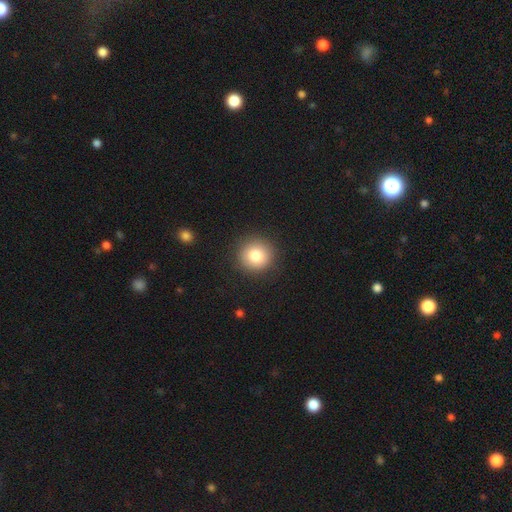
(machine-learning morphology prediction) smooth-or-featured: smooth: 81% | star or artifact: 10% | featured or disk: 9%
  how-rounded: round: 93% | in between: 6% | cigar-shaped: 1%
  merging: none: 90% | minor disturbance: 6% | major disturbance: 2% | merger: 1%